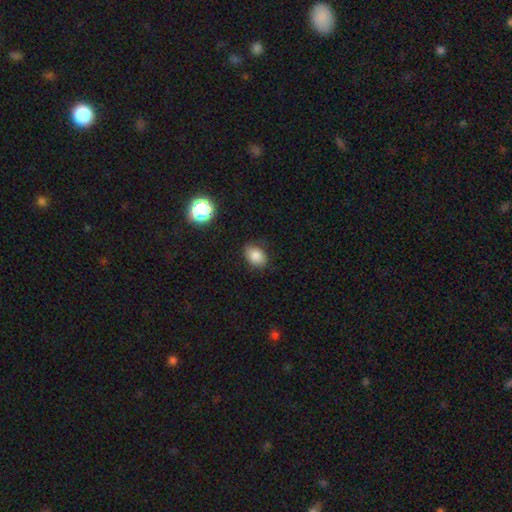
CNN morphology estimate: smooth 82%, star or artifact 10%, featured or disk 8%. Down the decision tree: how rounded — in between (76%); merging — none (76%).